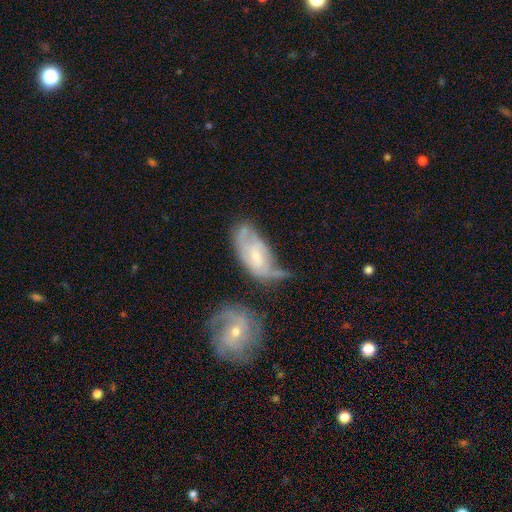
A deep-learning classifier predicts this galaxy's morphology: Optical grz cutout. It shows a featured or disk galaxy (57%) with no bar (57%), spiral arms (69%) and a small central bulge (52%). Merging: none (30%).